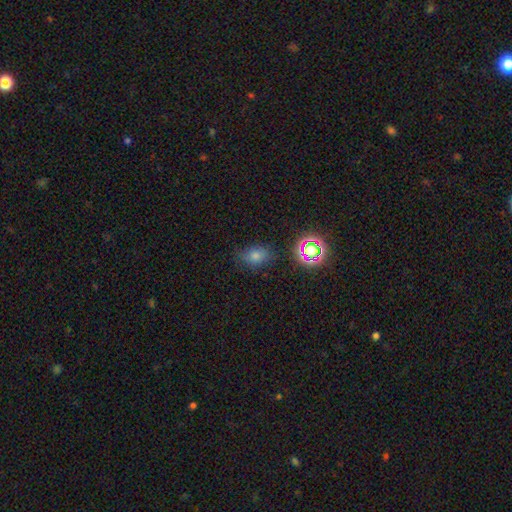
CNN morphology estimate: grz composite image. It shows a smooth galaxy with no disk features (65%) that is in between round and cigar-shaped (68%). Merging: none (77%).